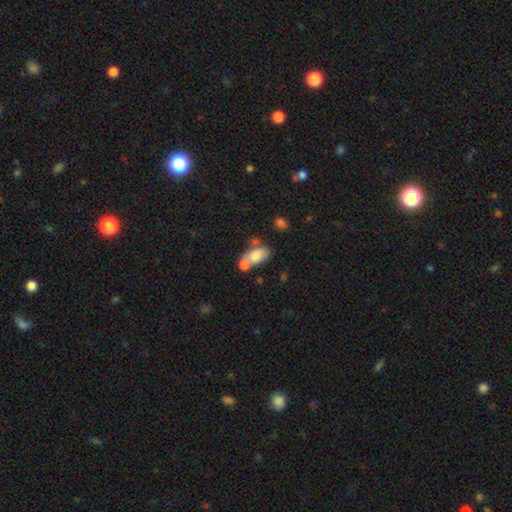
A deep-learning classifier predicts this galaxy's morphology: A smooth galaxy with no disk features (74%) that is in between round and cigar-shaped (87%).

Vote fractions:
- Smooth or featured? smooth: 74% / featured or disk: 17% / star or artifact: 9%
- How rounded? in between: 87% / round: 10% / cigar-shaped: 3%
- Merging? merger: 48% / none: 30% / minor disturbance: 14% / major disturbance: 8%